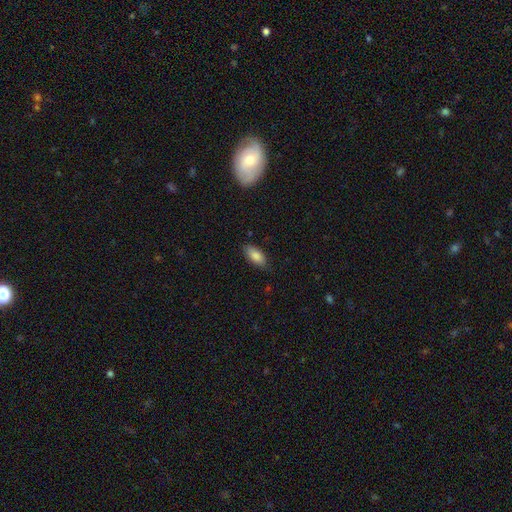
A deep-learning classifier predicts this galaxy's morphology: A smooth galaxy with no disk features (85%) that is in between round and cigar-shaped (87%).

Vote fractions:
- Smooth or featured? smooth: 85% / featured or disk: 8% / star or artifact: 7%
- How rounded? in between: 87% / cigar-shaped: 11% / round: 2%
- Merging? none: 82% / minor disturbance: 14% / major disturbance: 3% / merger: 1%